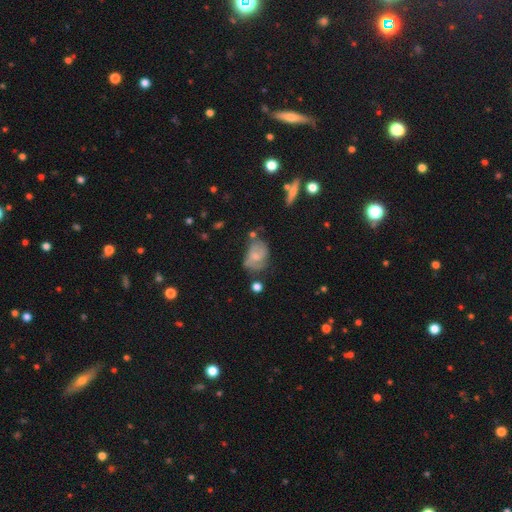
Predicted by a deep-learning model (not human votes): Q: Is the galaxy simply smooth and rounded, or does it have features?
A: featured or disk — 47%.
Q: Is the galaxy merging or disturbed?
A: none — 41%.